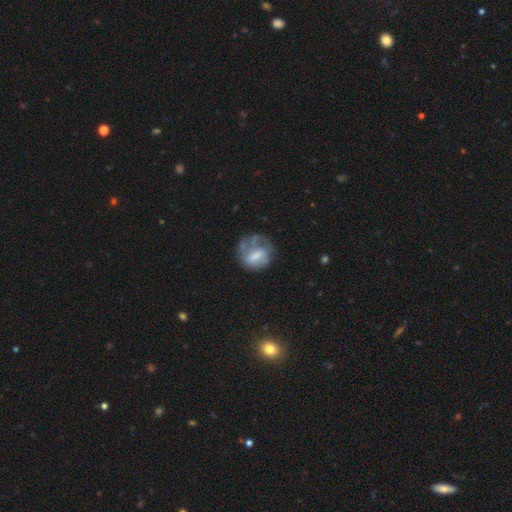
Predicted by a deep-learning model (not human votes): Smooth or featured?
  - featured or disk: 51% *
  - smooth: 40%
  - star or artifact: 9%
Edge-on disk?
  - no: 97% *
  - yes: 3%
Merging?
  - none: 43% *
  - major disturbance: 28%
  - minor disturbance: 24%
  - merger: 5%